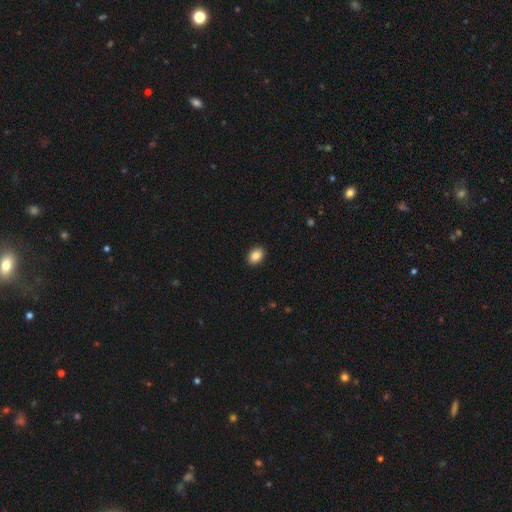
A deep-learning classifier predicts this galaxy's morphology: smooth_or_featured: smooth (p=0.88) [alt: star or artifact p=0.08]
how_rounded: in between (p=0.78) [alt: round p=0.21]
merging: none (p=0.91) [alt: minor disturbance p=0.06]